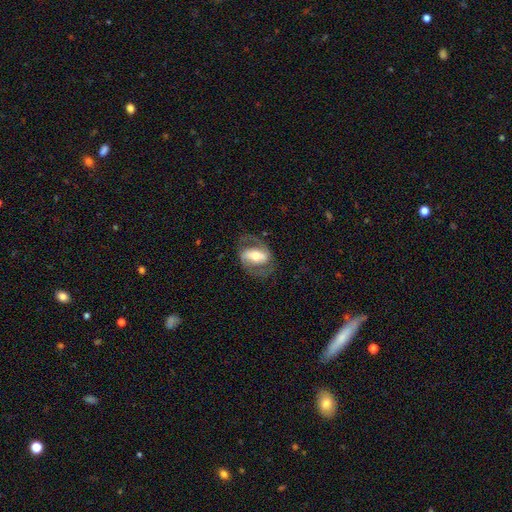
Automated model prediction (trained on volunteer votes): smooth-or-featured: featured or disk: 77% | smooth: 17% | star or artifact: 6%
  disk-edge-on: no: 95% | yes: 5%
    bar: strong: 52% | weak: 29% | no: 19%
    has-spiral-arms: yes: 86% | no: 14%
      spiral-winding: medium: 52% | loose: 25% | tight: 23%
      spiral-arm-count: 2: 88% | can't tell: 5% | 1: 4% | 3: 1% | 4: 1% | more than 4: 1%
    bulge-size: moderate: 62% | small: 22% | large: 13% | dominant: 2% | none: 1%
  merging: none: 71% | minor disturbance: 15% | major disturbance: 13% | merger: 1%